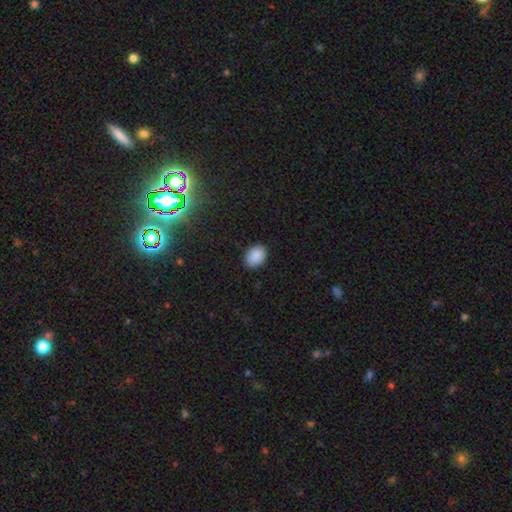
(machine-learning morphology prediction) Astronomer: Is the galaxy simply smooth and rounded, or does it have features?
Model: smooth — 89%.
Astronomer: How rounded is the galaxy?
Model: in between — 77%.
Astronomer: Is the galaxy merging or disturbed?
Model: none — 88%.